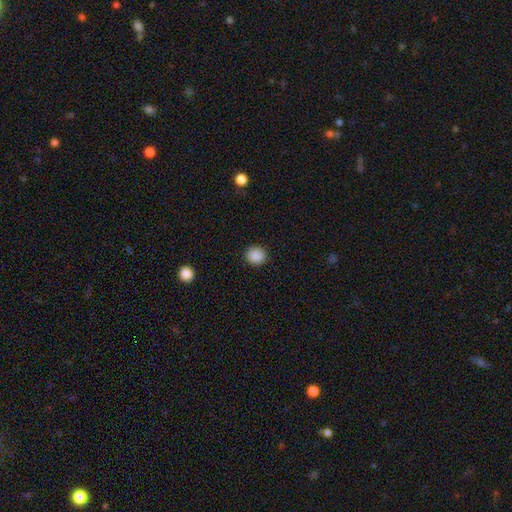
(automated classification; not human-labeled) Smooth or featured?
  - smooth: 89% *
  - star or artifact: 9%
  - featured or disk: 2%
How rounded?
  - round: 89% *
  - in between: 10%
  - cigar-shaped: 1%
Merging?
  - none: 91% *
  - minor disturbance: 6%
  - major disturbance: 2%
  - merger: 1%